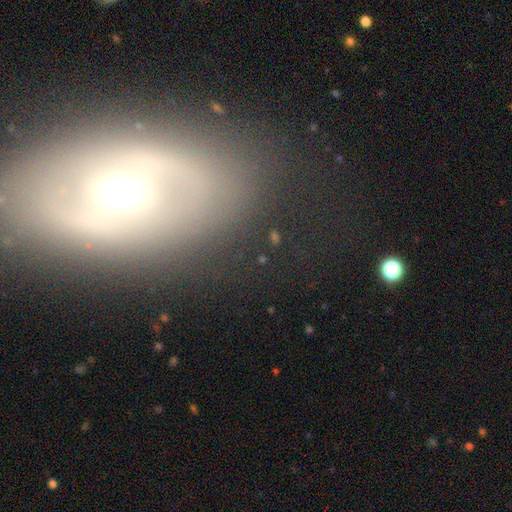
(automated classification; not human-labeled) Q: Smooth or featured?
A: featured or disk (67%); runner-up: smooth (24%)
Q: Edge-on disk?
A: no (91%); runner-up: yes (9%)
Q: Bar?
A: no (47%); runner-up: weak (36%)
Q: Spiral arms?
A: yes (59%); runner-up: no (41%)
Q: Bulge size?
A: moderate (66%); runner-up: small (24%)
Q: Merging?
A: none (78%); runner-up: minor disturbance (13%)